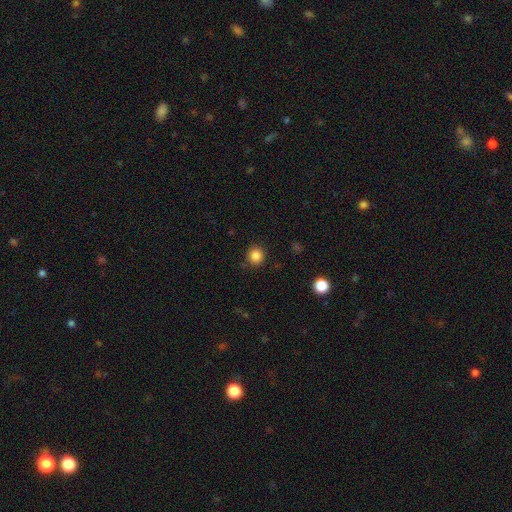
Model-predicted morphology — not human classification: type=smooth (85%); roundness=round (91%); merging=none (88%).